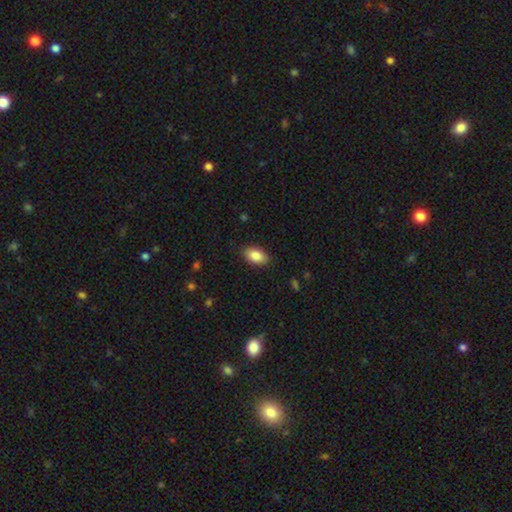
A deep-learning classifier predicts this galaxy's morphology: Overall: smooth (85%). How rounded: in between (91%). Merging: none (87%).